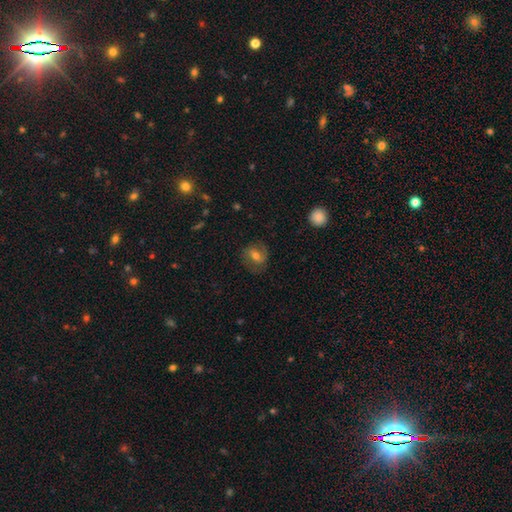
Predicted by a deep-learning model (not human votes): Smooth or featured: featured or disk — 46% (smooth — 43%)
Merging: none — 75% (minor disturbance — 16%)